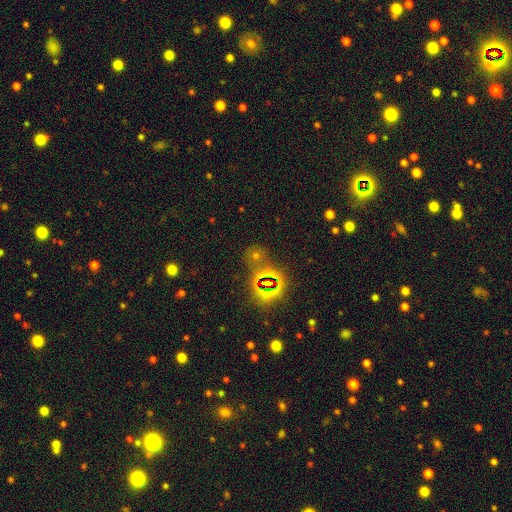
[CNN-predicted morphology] Smooth or featured?
  - star or artifact: 70% *
  - smooth: 22%
  - featured or disk: 8%